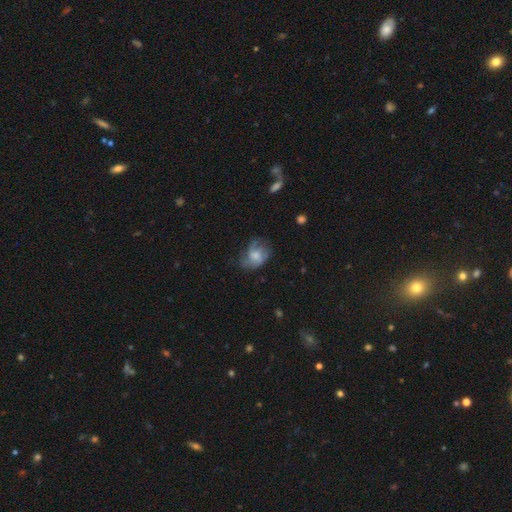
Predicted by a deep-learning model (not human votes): Morphology: type=smooth (46%); merging=none (44%).